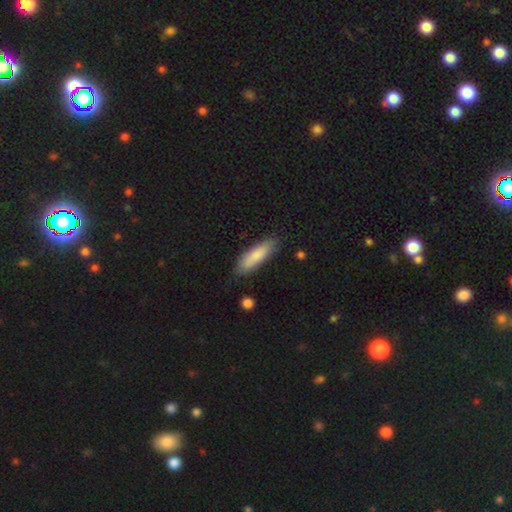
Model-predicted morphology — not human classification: A smooth galaxy with no disk features (83%) that is cigar-shaped (60%). Merging: none (82%).